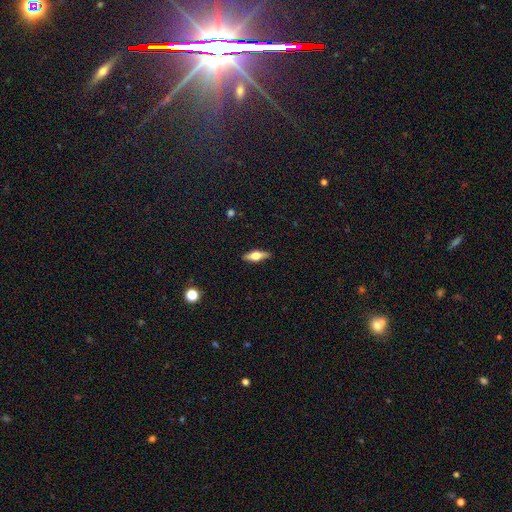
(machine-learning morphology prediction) featured or disk 48%, smooth 45%, star or artifact 7%. Down the decision tree: merging — none (88%).